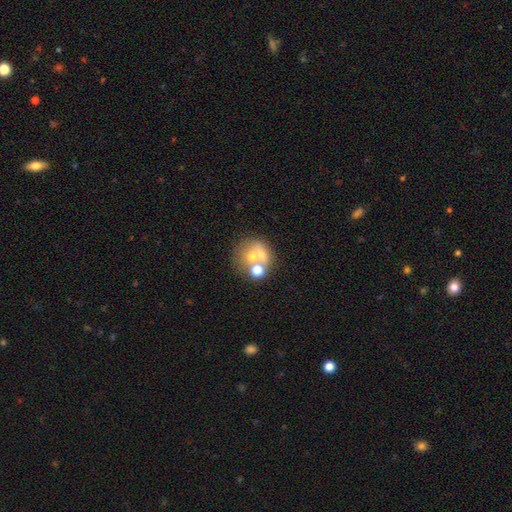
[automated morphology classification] A smooth galaxy with no disk features (55%) that is round (79%). Merging: merger (45%).